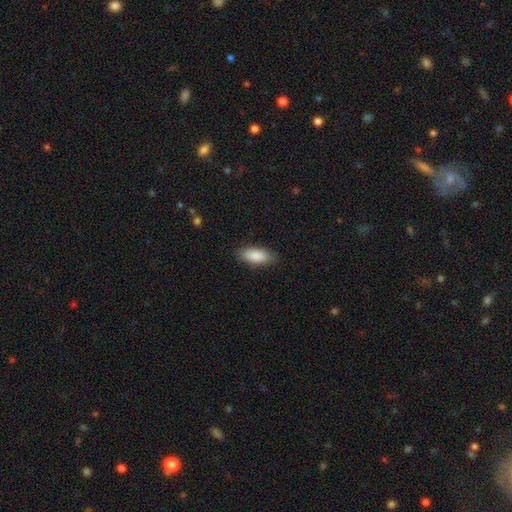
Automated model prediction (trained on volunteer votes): Smooth or featured? Predicted: smooth (p=0.88). How rounded? Predicted: in between (p=0.82). Merging? Predicted: none (p=0.86).